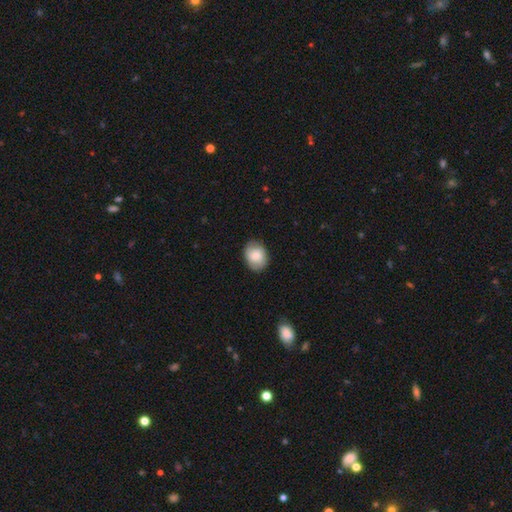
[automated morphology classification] smooth 76%, featured or disk 17%, star or artifact 7%. Down the decision tree: how rounded — in between (57%); merging — none (83%).